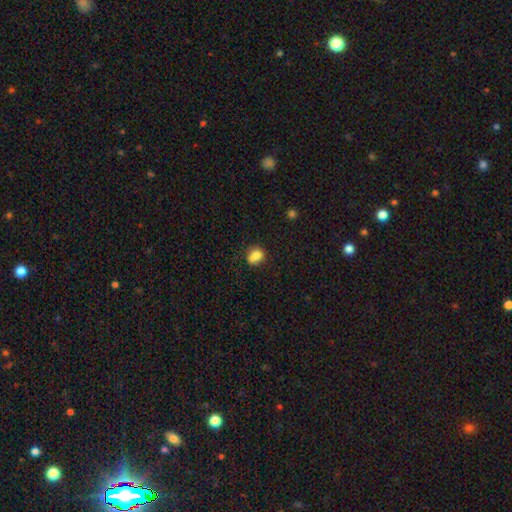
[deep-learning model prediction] smooth_or_featured: smooth (p=0.76) [alt: featured or disk p=0.13]
how_rounded: round (p=0.63) [alt: in between p=0.36]
merging: none (p=0.45) [alt: merger p=0.31]